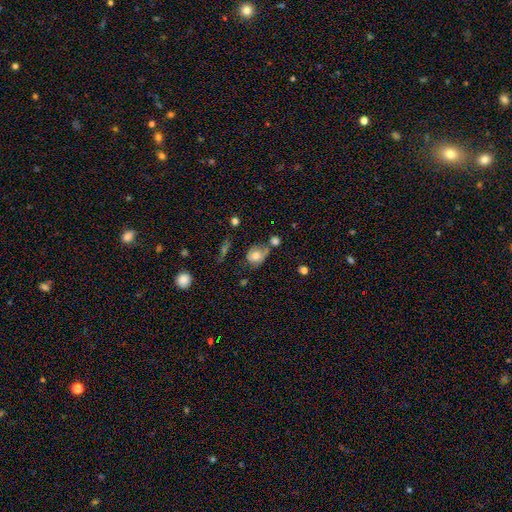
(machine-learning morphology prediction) This is likely a smooth galaxy (68%). How rounded: possibly round (59%). Merging: marginally none (42%).